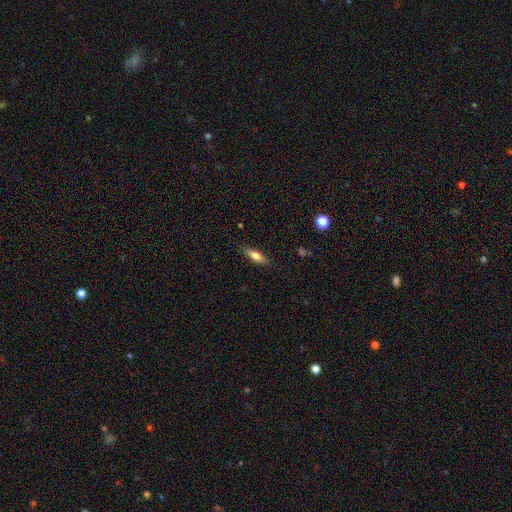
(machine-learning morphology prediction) smooth 70%, featured or disk 23%, star or artifact 7%. Down the decision tree: how rounded — in between (55%); merging — none (85%).